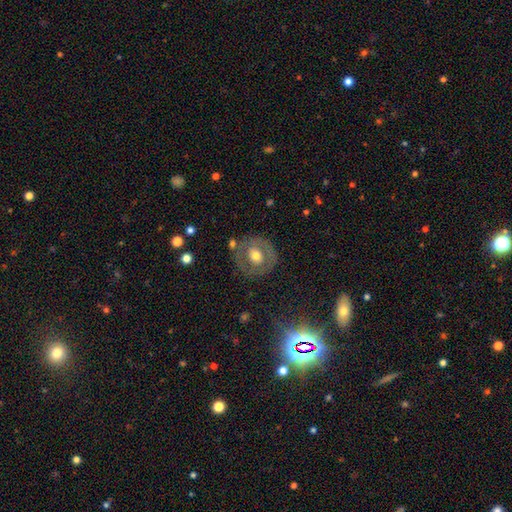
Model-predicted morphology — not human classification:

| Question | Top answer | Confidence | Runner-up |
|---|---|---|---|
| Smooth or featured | smooth | 47% | featured or disk (46%) |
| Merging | none | 76% | minor disturbance (14%) |